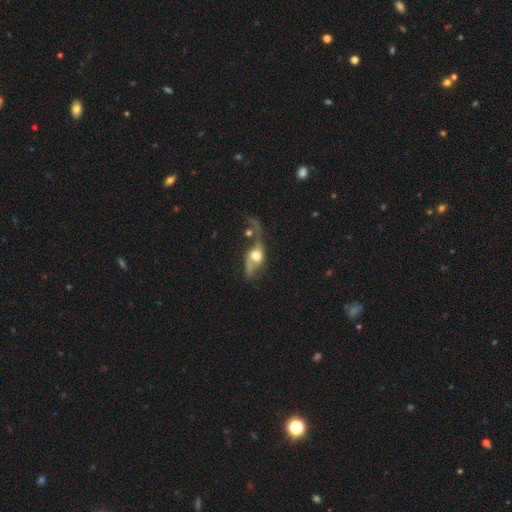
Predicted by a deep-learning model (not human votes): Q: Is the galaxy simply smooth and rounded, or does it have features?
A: featured or disk — 53%.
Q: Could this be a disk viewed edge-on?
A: no — 80%.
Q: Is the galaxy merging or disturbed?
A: major disturbance — 40%.